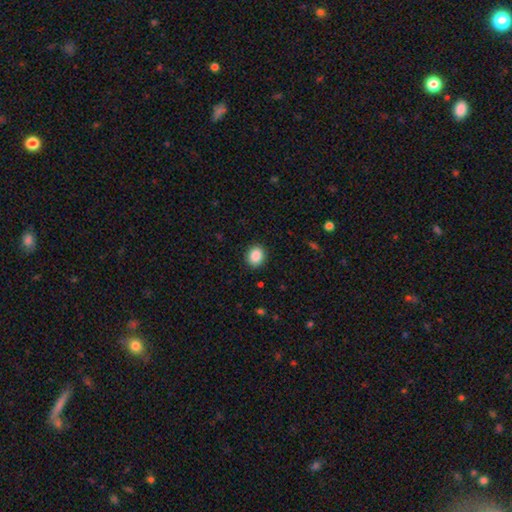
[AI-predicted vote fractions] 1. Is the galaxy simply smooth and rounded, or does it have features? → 89% smooth, 8% star or artifact, 3% featured or disk.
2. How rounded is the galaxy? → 61% round, 38% in between, 1% cigar-shaped.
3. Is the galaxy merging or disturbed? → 90% none, 7% minor disturbance, 2% major disturbance, 1% merger.